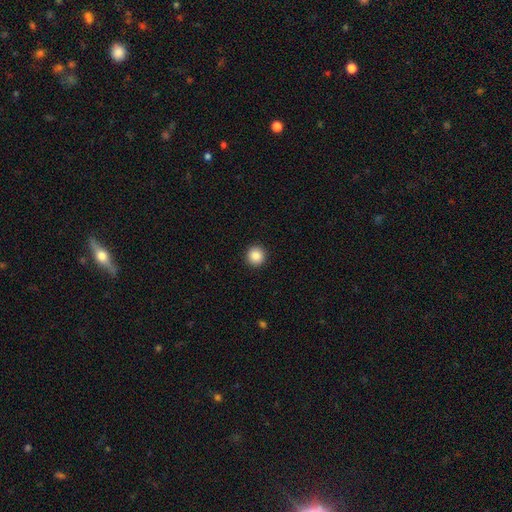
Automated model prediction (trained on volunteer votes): This appears to be a smooth galaxy with no disk features (88%) that is round (95%). Merging: none (93%).